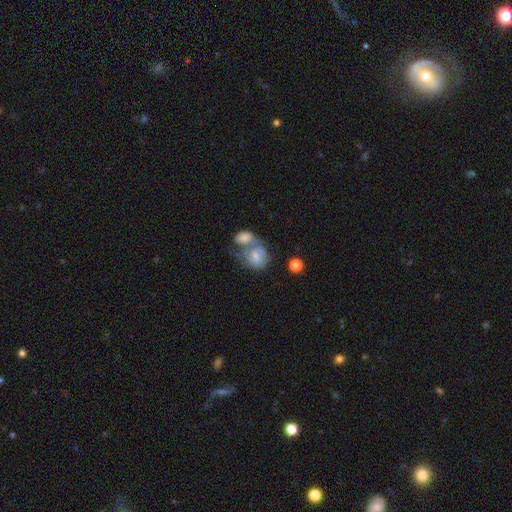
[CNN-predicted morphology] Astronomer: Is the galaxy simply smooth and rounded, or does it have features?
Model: smooth — 46% (runner-up: featured or disk, 43%).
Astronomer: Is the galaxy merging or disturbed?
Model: merger — 57%.